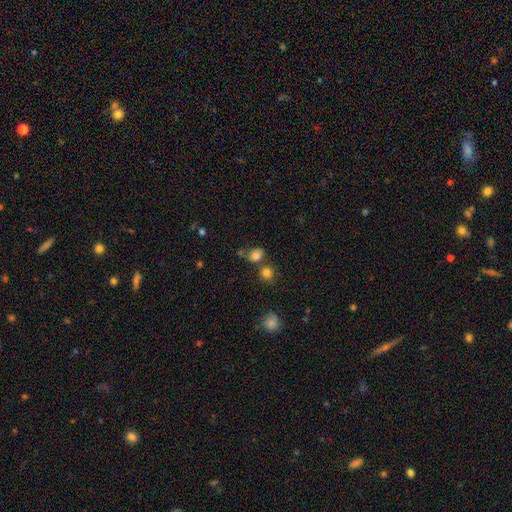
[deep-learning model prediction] smooth_or_featured: smooth (p=0.79) [alt: star or artifact p=0.14]
how_rounded: round (p=0.61) [alt: in between p=0.38]
merging: none (p=0.58) [alt: merger p=0.20]